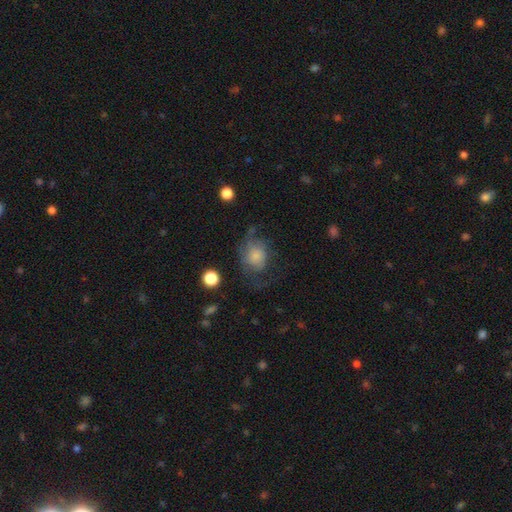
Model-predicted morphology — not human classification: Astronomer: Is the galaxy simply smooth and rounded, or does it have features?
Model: smooth — 53% (runner-up: featured or disk, 38%).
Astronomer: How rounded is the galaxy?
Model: round — 53% (runner-up: in between, 46%).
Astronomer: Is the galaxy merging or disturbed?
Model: none — 38% (runner-up: major disturbance, 34%).